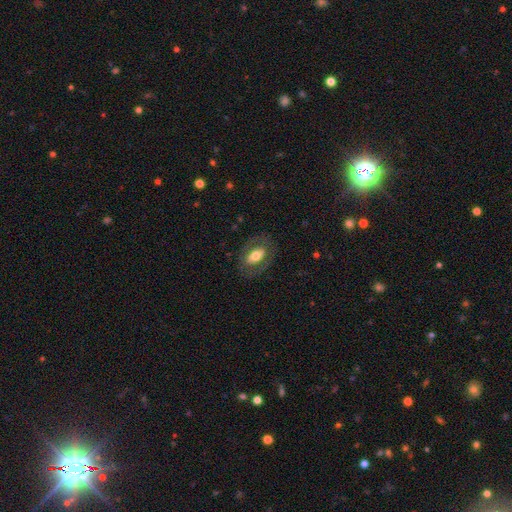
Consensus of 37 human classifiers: This appears to be a smooth galaxy with no disk features (73%) that is in between round and cigar-shaped (96%). Merging: none (67%).